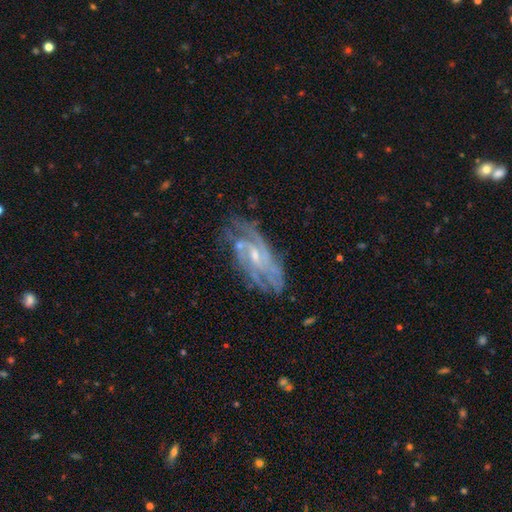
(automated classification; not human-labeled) Smooth or featured? Predicted: featured or disk (p=0.87). Edge-on disk? Predicted: no (p=0.94). Bar? Predicted: weak (p=0.46). Spiral arms? Predicted: yes (p=0.95). Spiral winding? Predicted: tight (p=0.48). Spiral arm count? Predicted: can't tell (p=0.28). Bulge size? Predicted: small (p=0.64). Merging? Predicted: none (p=0.67).